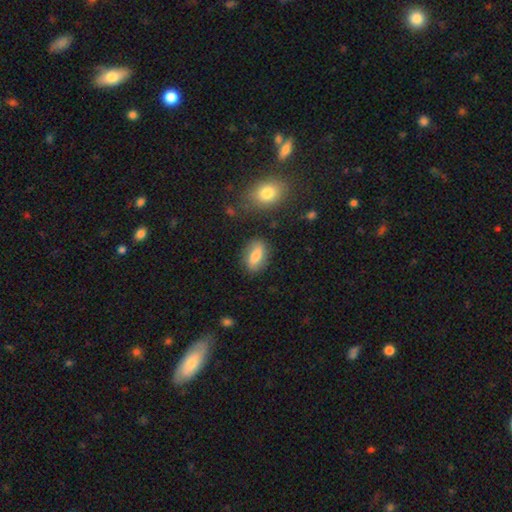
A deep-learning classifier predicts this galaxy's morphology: Smooth or featured? Predicted: smooth (p=0.74). How rounded? Predicted: in between (p=0.85). Merging? Predicted: none (p=0.81).